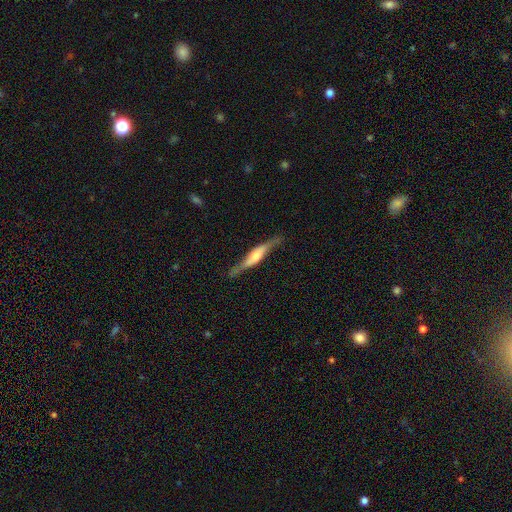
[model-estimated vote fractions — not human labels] Smooth or featured? Predicted: featured or disk (p=0.70). Edge-on disk? Predicted: yes (p=0.85). Edge-on bulge? Predicted: rounded (p=0.65). Merging? Predicted: none (p=0.76).